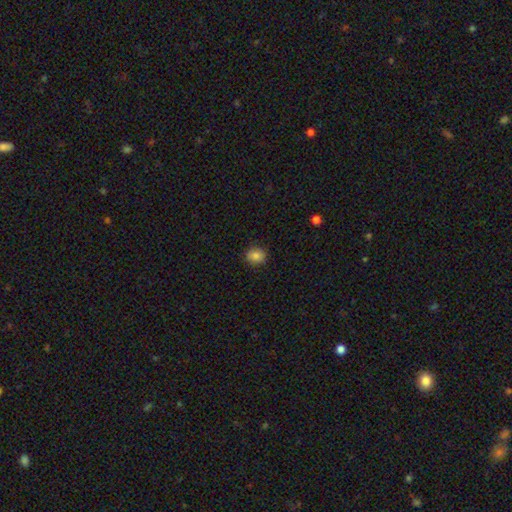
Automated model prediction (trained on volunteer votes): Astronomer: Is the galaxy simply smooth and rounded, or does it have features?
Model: smooth — 85%.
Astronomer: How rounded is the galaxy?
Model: round — 63%.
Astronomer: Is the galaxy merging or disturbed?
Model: none — 87%.